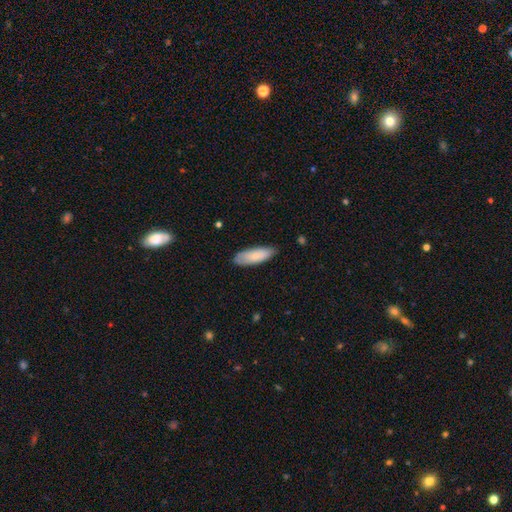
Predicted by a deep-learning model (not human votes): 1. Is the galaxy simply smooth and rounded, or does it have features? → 79% smooth, 16% featured or disk, 6% star or artifact.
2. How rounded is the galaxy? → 67% in between, 32% cigar-shaped, 2% round.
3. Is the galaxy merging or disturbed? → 78% none, 18% minor disturbance, 3% major disturbance, 1% merger.